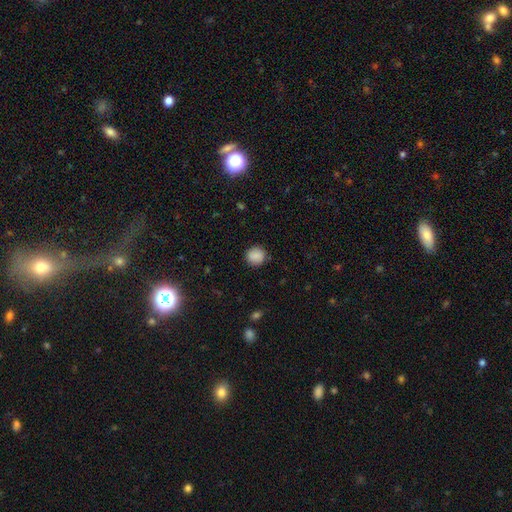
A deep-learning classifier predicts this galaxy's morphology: A smooth galaxy with no disk features (86%) that is round (90%). Merging: none (87%).